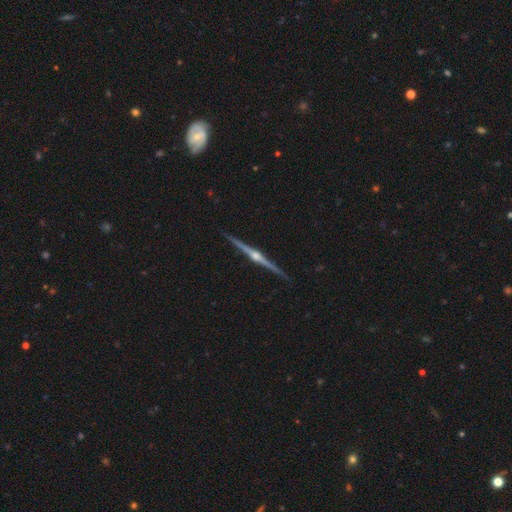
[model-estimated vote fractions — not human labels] Smooth or featured?
  - featured or disk: 91% *
  - smooth: 5%
  - star or artifact: 4%
Edge-on disk?
  - yes: 99% *
  - no: 1%
Edge-on bulge?
  - rounded: 93% *
  - boxy: 4%
  - none: 3%
Merging?
  - none: 92% *
  - minor disturbance: 5%
  - major disturbance: 1%
  - merger: 1%